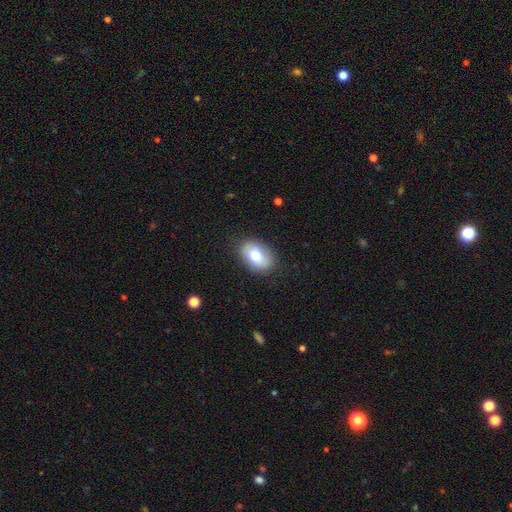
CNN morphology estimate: Overall: smooth (75%). How rounded: in between (87%). Merging: none (83%).